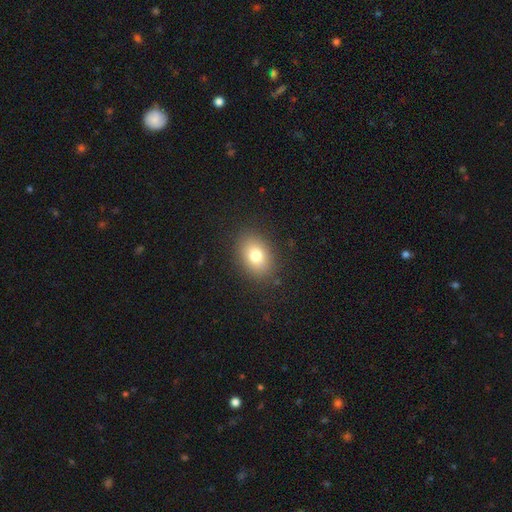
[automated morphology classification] This appears to be a smooth galaxy with no disk features (77%) that is in between round and cigar-shaped (72%). Merging: none (86%).